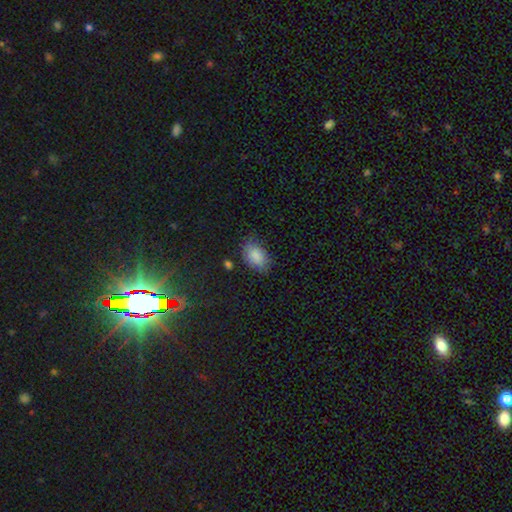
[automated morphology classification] Smooth or featured? Predicted: smooth (p=0.85). How rounded? Predicted: in between (p=0.88). Merging? Predicted: none (p=0.68).